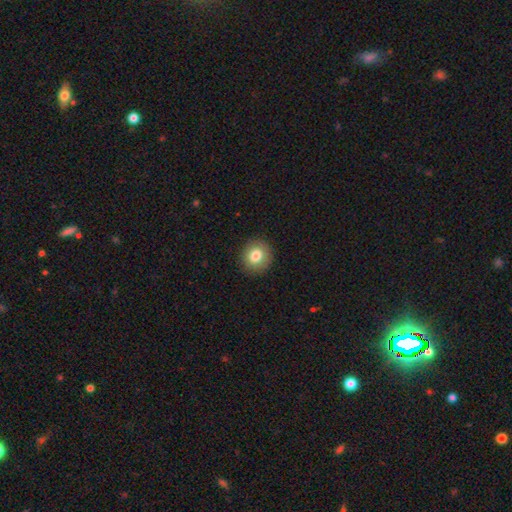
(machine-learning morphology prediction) Q: Smooth or featured?
A: smooth (81%); runner-up: featured or disk (10%)
Q: How rounded?
A: round (82%); runner-up: in between (17%)
Q: Merging?
A: none (90%); runner-up: minor disturbance (7%)